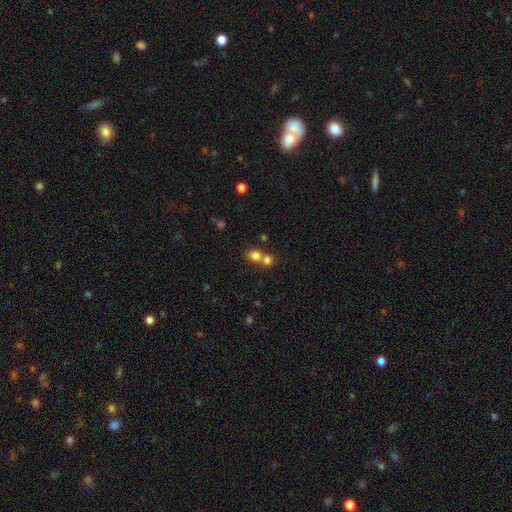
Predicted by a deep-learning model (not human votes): Smooth or featured? Predicted: smooth (p=0.77). How rounded? Predicted: round (p=0.79). Merging? Predicted: merger (p=0.52).